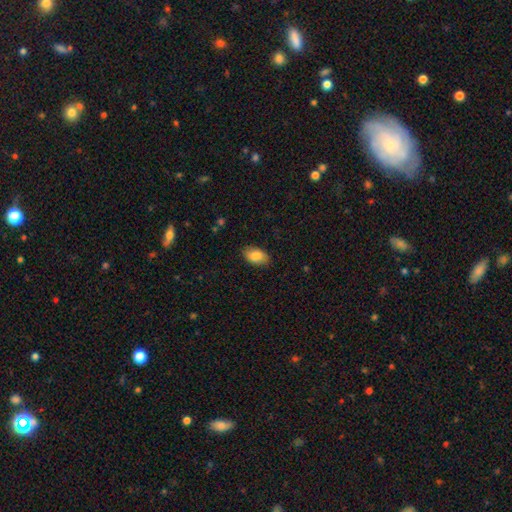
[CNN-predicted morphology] smooth 85%, featured or disk 8%, star or artifact 7%. Down the decision tree: how rounded — in between (92%); merging — none (85%).